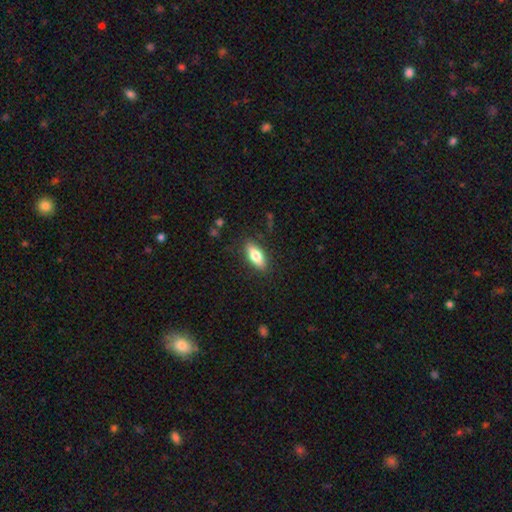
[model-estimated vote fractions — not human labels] Smooth or featured?
  - smooth: 73% *
  - featured or disk: 21%
  - star or artifact: 6%
How rounded?
  - in between: 75% *
  - cigar-shaped: 22%
  - round: 3%
Merging?
  - none: 86% *
  - minor disturbance: 10%
  - major disturbance: 3%
  - merger: 1%